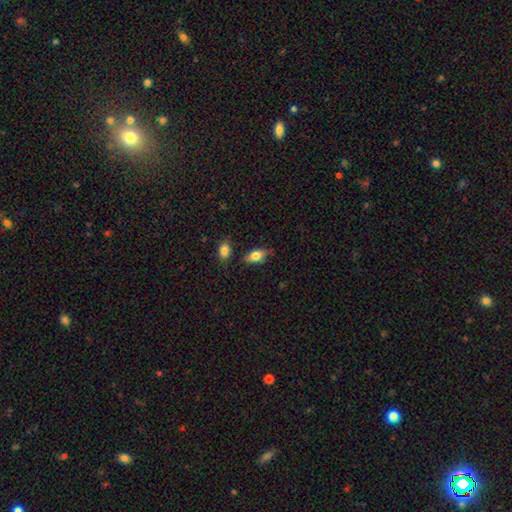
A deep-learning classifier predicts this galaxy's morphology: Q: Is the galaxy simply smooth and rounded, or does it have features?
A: smooth — 75%.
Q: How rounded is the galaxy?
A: in between — 87%.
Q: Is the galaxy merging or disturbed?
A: none — 72%.